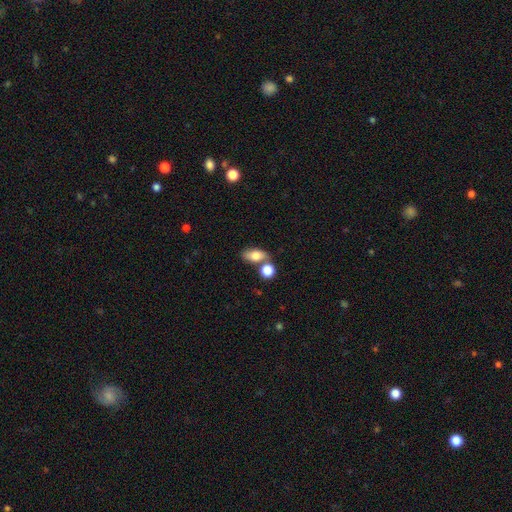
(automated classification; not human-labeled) smooth-or-featured: smooth: 77% | featured or disk: 14% | star or artifact: 9%
  how-rounded: in between: 83% | round: 12% | cigar-shaped: 6%
  merging: none: 59% | merger: 23% | minor disturbance: 13% | major disturbance: 5%